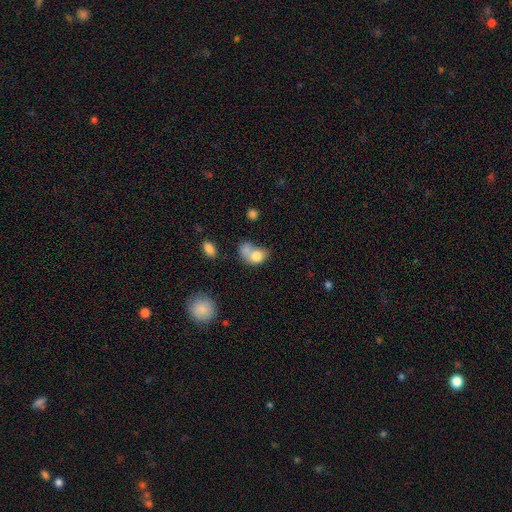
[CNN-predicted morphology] This appears to be a smooth galaxy with no disk features (76%) that is in between round and cigar-shaped (62%). Merging: merger (54%).